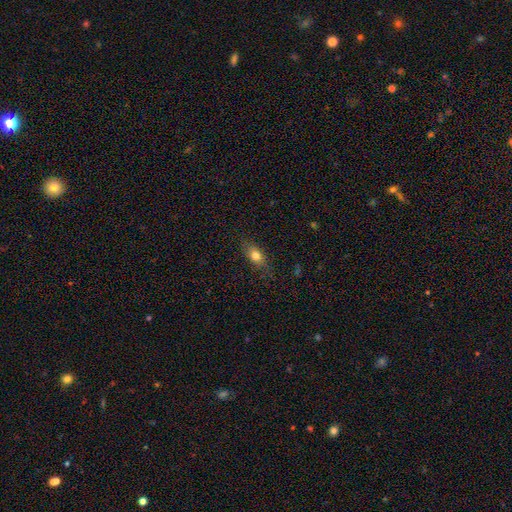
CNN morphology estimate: This appears to be a smooth galaxy with no disk features (76%) that is in between round and cigar-shaped (73%). Merging: none (78%).